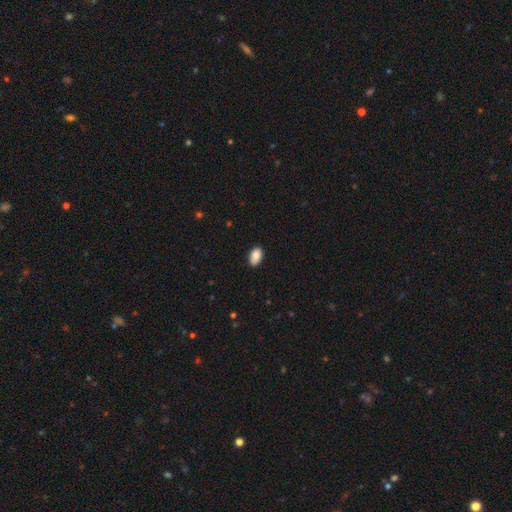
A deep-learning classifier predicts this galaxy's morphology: Smooth or featured? Predicted: smooth (p=0.87). How rounded? Predicted: in between (p=0.92). Merging? Predicted: none (p=0.84).